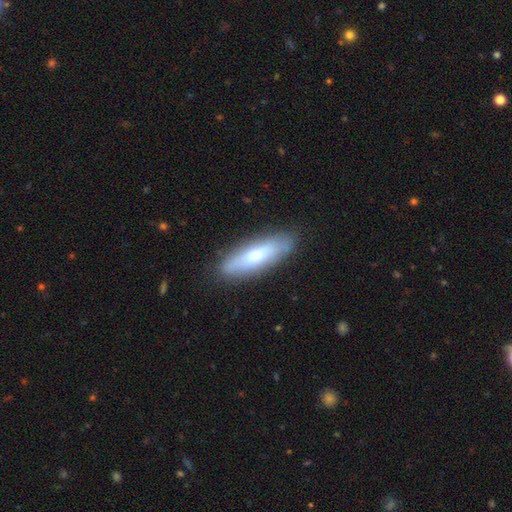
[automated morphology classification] This appears to be a smooth galaxy with no disk features (68%) that is cigar-shaped (58%). Merging: none (84%).